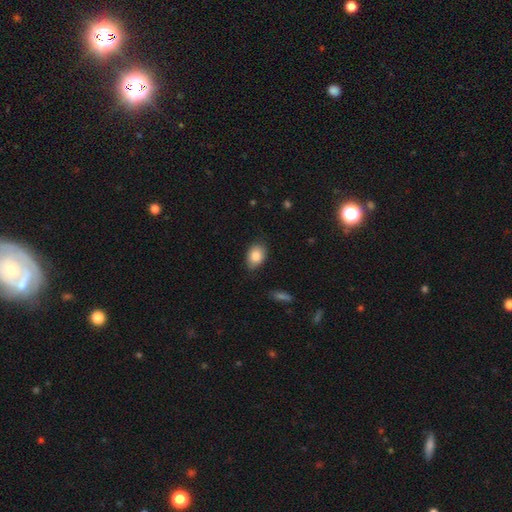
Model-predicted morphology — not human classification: Q: Smooth or featured?
A: smooth (86%); runner-up: featured or disk (7%)
Q: How rounded?
A: in between (80%); runner-up: round (19%)
Q: Merging?
A: none (79%); runner-up: minor disturbance (17%)